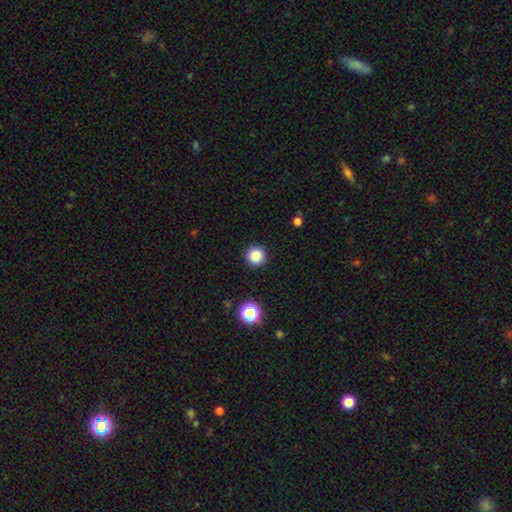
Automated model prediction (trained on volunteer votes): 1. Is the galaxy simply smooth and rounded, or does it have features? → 85% smooth, 12% star or artifact, 4% featured or disk.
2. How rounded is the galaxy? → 95% round, 4% in between, 1% cigar-shaped.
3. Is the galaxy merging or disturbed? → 92% none, 5% minor disturbance, 2% major disturbance, 1% merger.